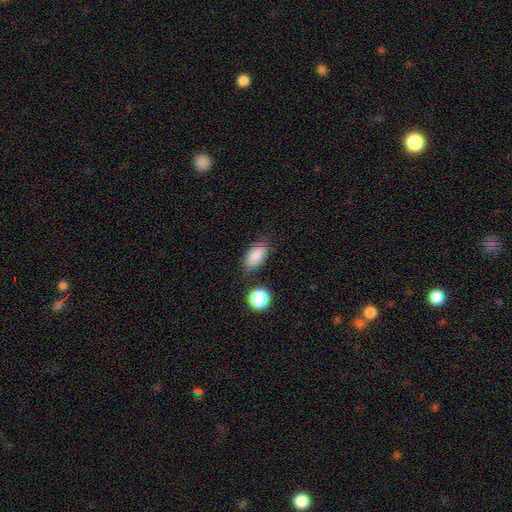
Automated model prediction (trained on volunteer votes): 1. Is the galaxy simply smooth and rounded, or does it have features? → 84% smooth, 9% star or artifact, 7% featured or disk.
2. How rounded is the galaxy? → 90% in between, 8% round, 2% cigar-shaped.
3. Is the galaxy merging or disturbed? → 77% none, 15% minor disturbance, 4% major disturbance, 4% merger.